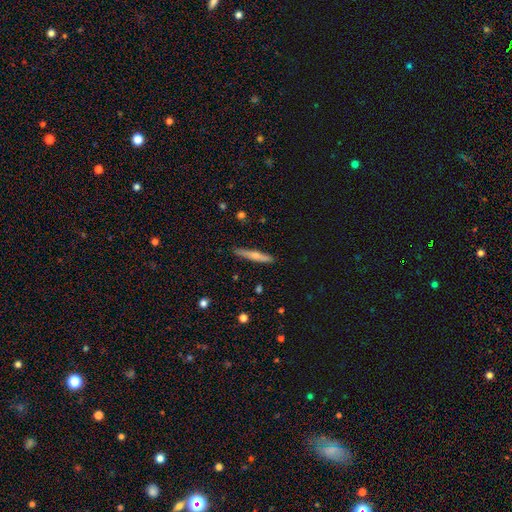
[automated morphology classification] A smooth galaxy with no disk features (51%) that is cigar-shaped (93%).

Vote fractions:
- Smooth or featured? smooth: 51% / featured or disk: 43% / star or artifact: 6%
- How rounded? cigar-shaped: 93% / in between: 5% / round: 2%
- Merging? none: 88% / minor disturbance: 9% / major disturbance: 2% / merger: 1%